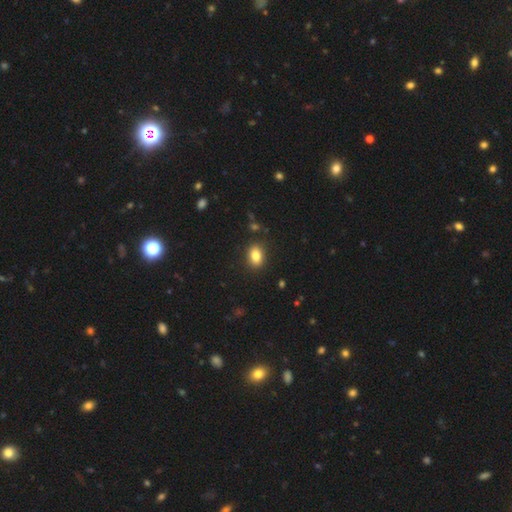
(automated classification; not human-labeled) smooth_or_featured: smooth (p=0.83) [alt: star or artifact p=0.09]
how_rounded: in between (p=0.75) [alt: round p=0.24]
merging: none (p=0.88) [alt: minor disturbance p=0.08]